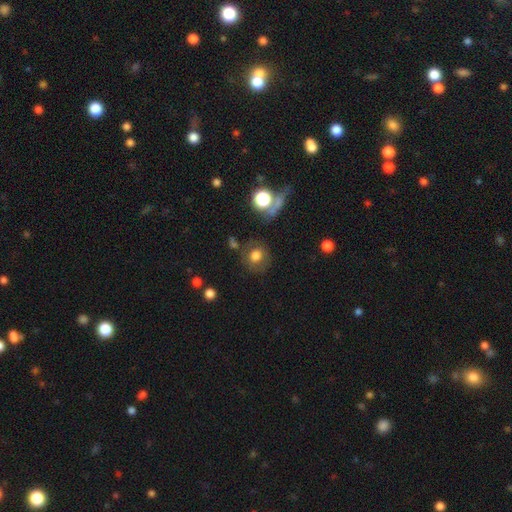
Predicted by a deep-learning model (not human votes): Smooth or featured? smooth (70%)
How rounded? round (85%)
Merging? none (75%)